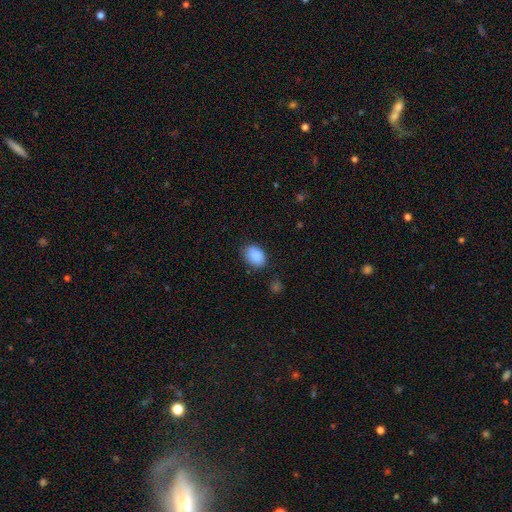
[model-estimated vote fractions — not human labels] This is clearly a smooth galaxy (88%). How rounded: likely in between (77%). Merging: likely none (76%).